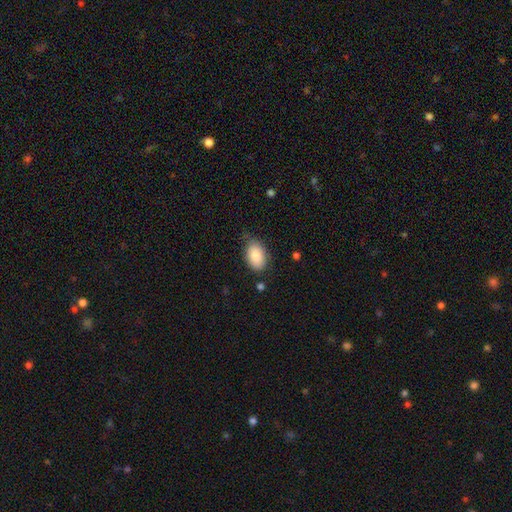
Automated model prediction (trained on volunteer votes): The model was most divided on "merging": none: 68%, minor disturbance: 25%, major disturbance: 5%, merger: 2%. More confident: how rounded — in between (92%); smooth or featured — smooth (87%).